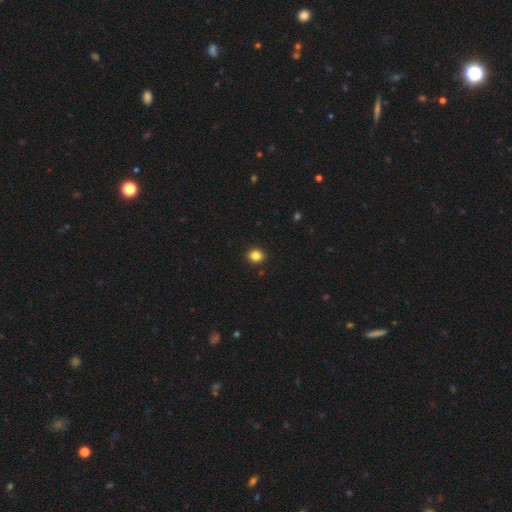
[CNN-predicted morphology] Smooth or featured? Predicted: smooth (p=0.84). How rounded? Predicted: round (p=0.68). Merging? Predicted: none (p=0.92).